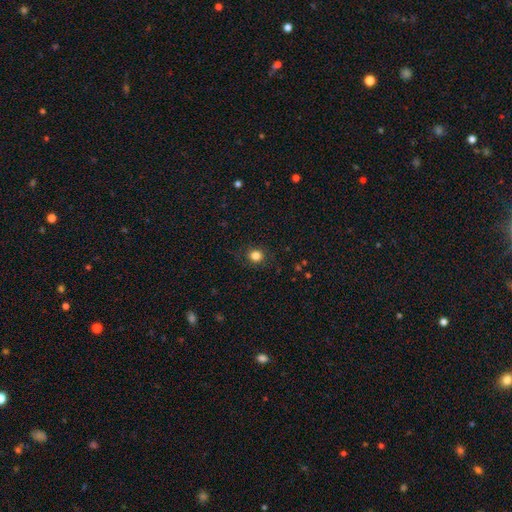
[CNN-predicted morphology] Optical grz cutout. It shows a smooth galaxy with no disk features (83%) that is round (83%). Merging: none (87%).